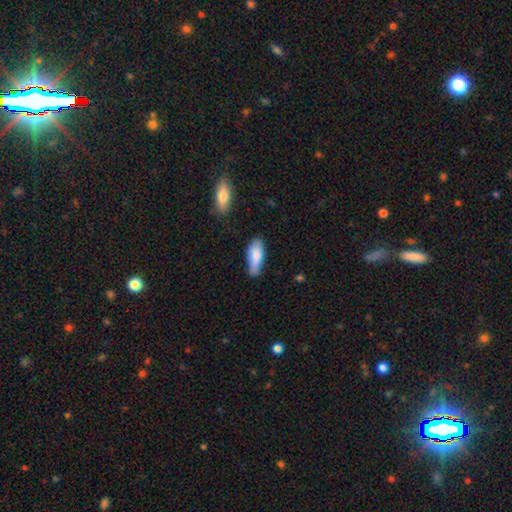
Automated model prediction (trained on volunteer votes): Smooth or featured: smooth — 81% (featured or disk — 13%)
How rounded: in between — 70% (cigar-shaped — 28%)
Merging: none — 56% (minor disturbance — 33%)